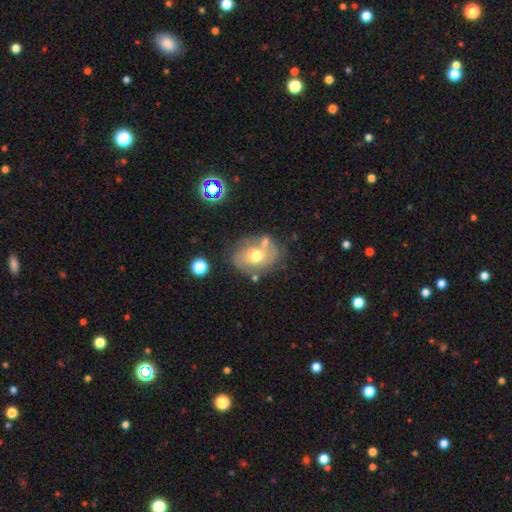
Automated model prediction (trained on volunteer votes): Smooth or featured: featured or disk — 58% (smooth — 32%)
Edge-on disk: no — 95% (yes — 5%)
Bar: no — 70% (weak — 24%)
Spiral arms: yes — 61% (no — 39%)
Bulge size: moderate — 72% (small — 18%)
Merging: none — 53% (minor disturbance — 22%)